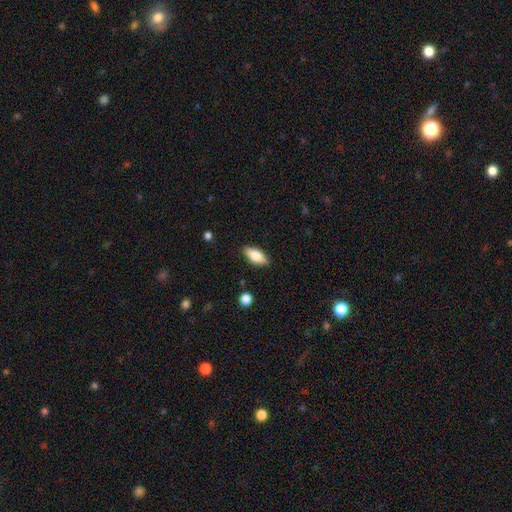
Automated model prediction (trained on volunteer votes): This appears to be a smooth galaxy with no disk features (74%) that is in between round and cigar-shaped (80%). Merging: none (88%).